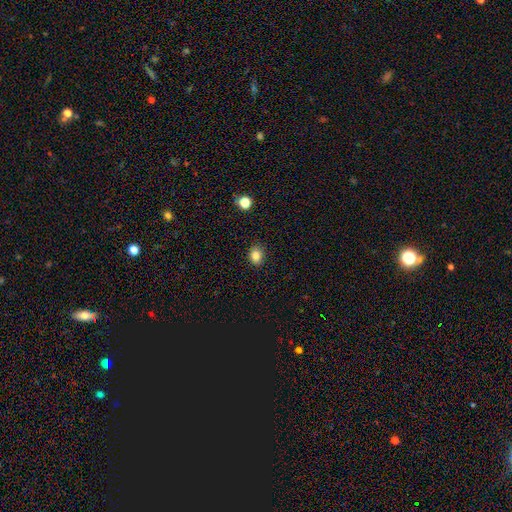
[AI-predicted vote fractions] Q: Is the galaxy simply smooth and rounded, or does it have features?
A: smooth — 85%.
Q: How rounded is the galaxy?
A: in between — 51%.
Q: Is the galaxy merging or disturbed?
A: none — 86%.